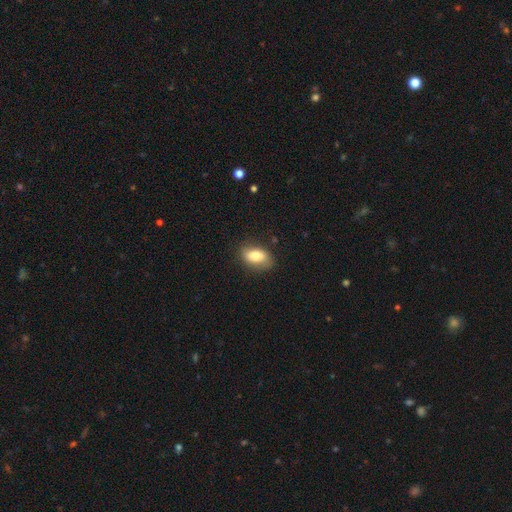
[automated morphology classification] Smooth or featured: smooth — 79% (featured or disk — 14%)
How rounded: in between — 89% (round — 9%)
Merging: none — 78% (minor disturbance — 17%)